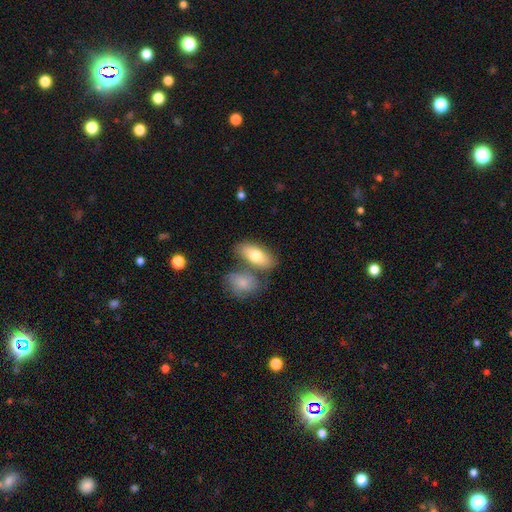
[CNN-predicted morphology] Smooth or featured? smooth (74%)
How rounded? in between (87%)
Merging? none (58%)